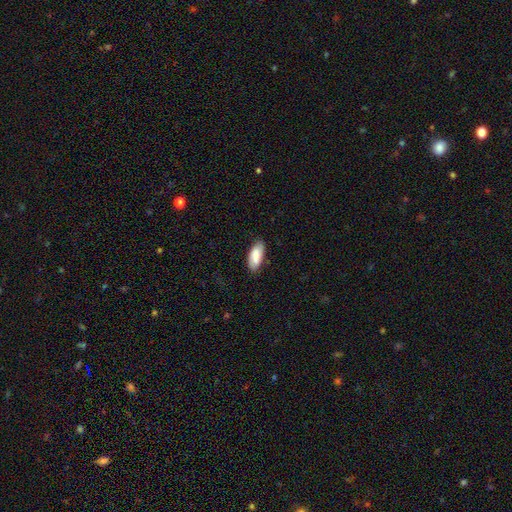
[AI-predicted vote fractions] Smooth or featured: smooth — 83% (featured or disk — 11%)
How rounded: in between — 87% (cigar-shaped — 12%)
Merging: none — 82% (minor disturbance — 15%)